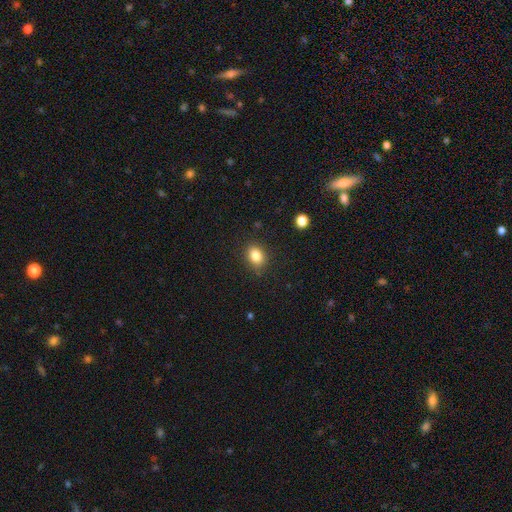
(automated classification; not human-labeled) Smooth or featured?
  - smooth: 83% *
  - star or artifact: 11%
  - featured or disk: 7%
How rounded?
  - in between: 60% *
  - round: 39%
  - cigar-shaped: 1%
Merging?
  - none: 85% *
  - minor disturbance: 11%
  - major disturbance: 3%
  - merger: 1%